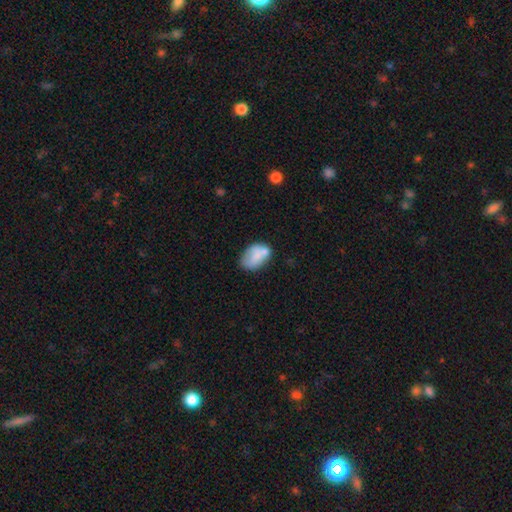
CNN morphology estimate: This appears to be a smooth galaxy with no disk features (72%) that is in between round and cigar-shaped (86%). Merging: none (48%).